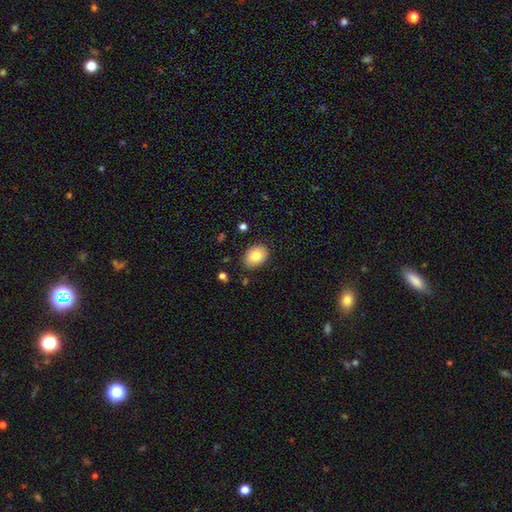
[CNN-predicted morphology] smooth-or-featured: smooth: 82% | featured or disk: 10% | star or artifact: 8%
  how-rounded: in between: 71% | round: 28% | cigar-shaped: 1%
  merging: none: 85% | minor disturbance: 11% | major disturbance: 2% | merger: 2%